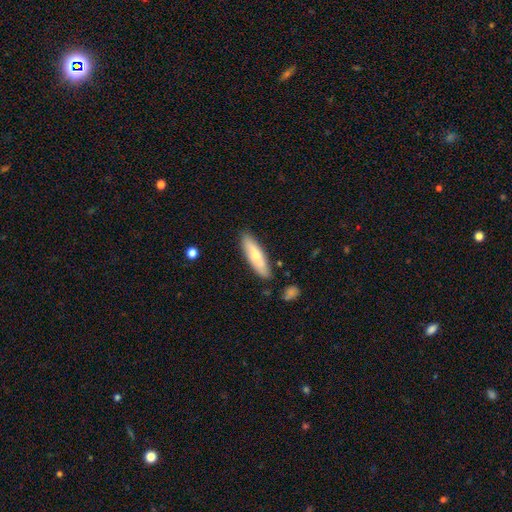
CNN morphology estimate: type=smooth (66%); roundness=cigar-shaped (65%); merging=none (83%).